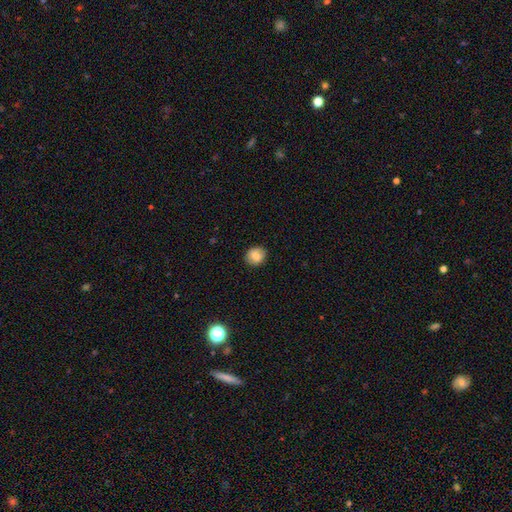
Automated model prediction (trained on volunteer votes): Overall: smooth (82%). How rounded: round (62%; in between 37%). Merging: none (87%).